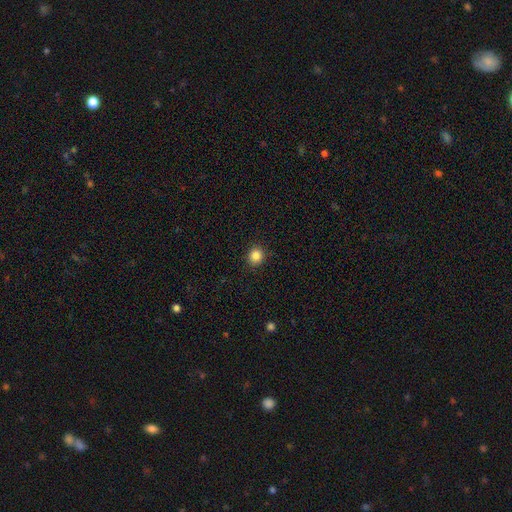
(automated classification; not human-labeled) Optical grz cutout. It shows a smooth galaxy with no disk features (85%) that is round (88%). Merging: none (91%).